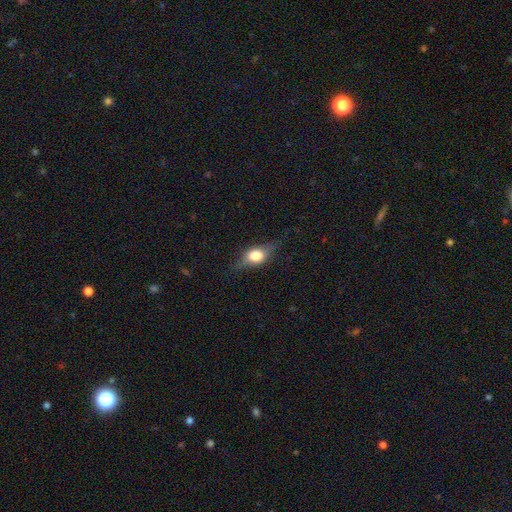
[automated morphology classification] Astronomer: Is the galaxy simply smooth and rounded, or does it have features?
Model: smooth — 52% (runner-up: featured or disk, 38%).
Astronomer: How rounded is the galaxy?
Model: in between — 59%.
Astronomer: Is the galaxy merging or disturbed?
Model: none — 72%.